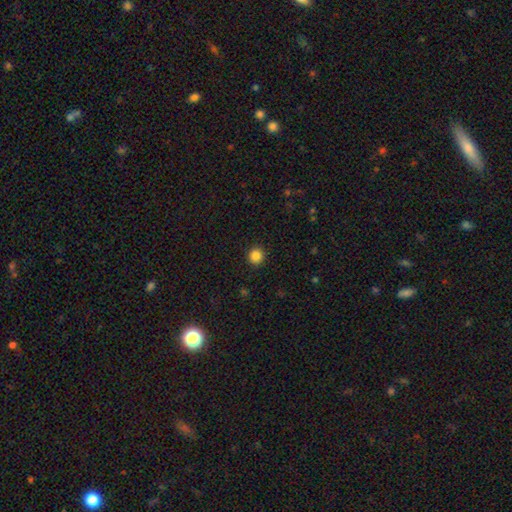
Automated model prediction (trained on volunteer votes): Overall: smooth (85%). How rounded: round (93%). Merging: none (92%).